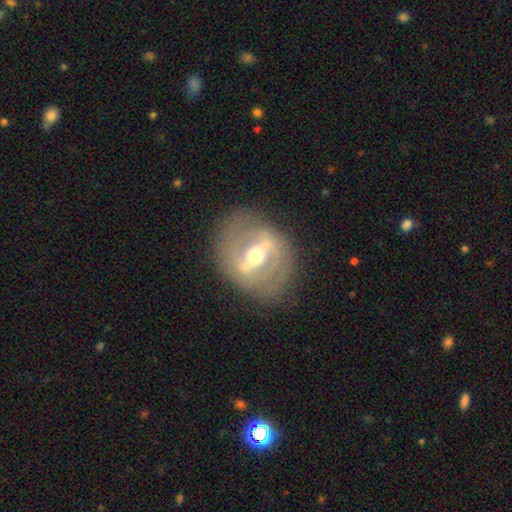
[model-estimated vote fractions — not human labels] smooth-or-featured: featured or disk: 81% | smooth: 13% | star or artifact: 6%
  disk-edge-on: no: 88% | yes: 12%
    bar: strong: 74% | weak: 20% | no: 6%
    has-spiral-arms: yes: 55% | no: 45%
    bulge-size: moderate: 70% | small: 20% | large: 8% | dominant: 1% | none: 1%
  merging: none: 80% | minor disturbance: 12% | major disturbance: 6% | merger: 1%